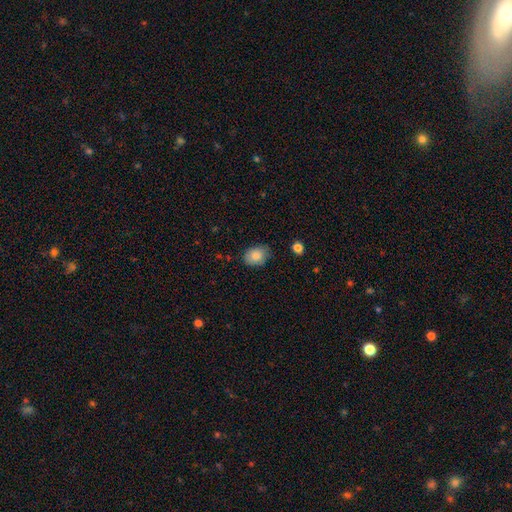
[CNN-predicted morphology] The model was most divided on "how rounded": in between: 65%, round: 34%, cigar-shaped: 1%. More confident: smooth or featured — smooth (84%); merging — none (71%).